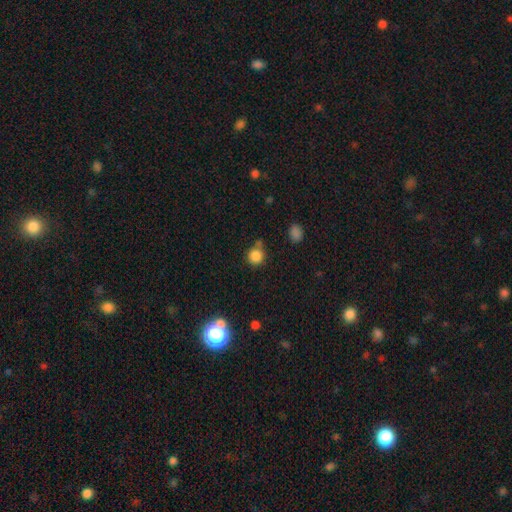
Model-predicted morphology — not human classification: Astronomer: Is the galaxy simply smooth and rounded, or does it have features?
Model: smooth — 83%.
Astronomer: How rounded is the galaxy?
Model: round — 91%.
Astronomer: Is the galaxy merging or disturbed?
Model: none — 67%.